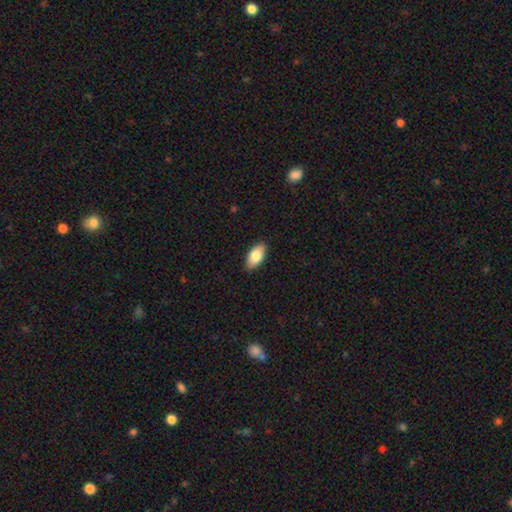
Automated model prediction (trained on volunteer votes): Smooth or featured? smooth (82%)
How rounded? in between (93%)
Merging? none (89%)